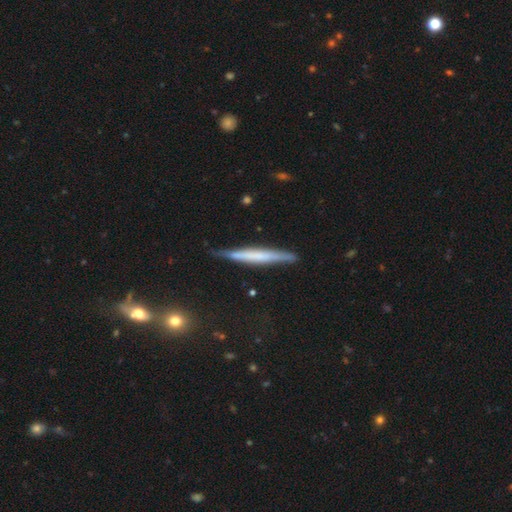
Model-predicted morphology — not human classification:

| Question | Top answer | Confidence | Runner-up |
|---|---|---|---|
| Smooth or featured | featured or disk | 54% | smooth (39%) |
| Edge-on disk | yes | 94% | no (6%) |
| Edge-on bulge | none | 62% | rounded (20%) |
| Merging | none | 78% | minor disturbance (17%) |